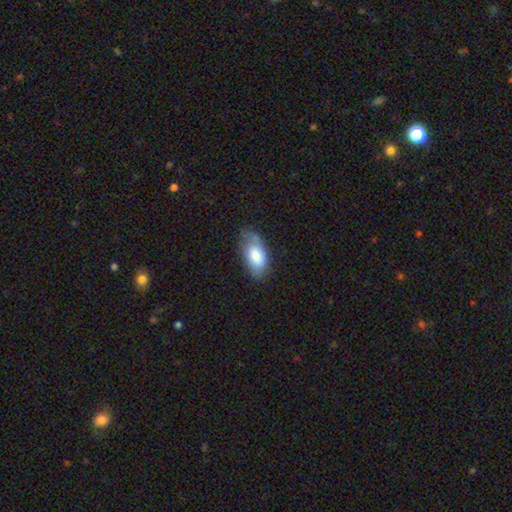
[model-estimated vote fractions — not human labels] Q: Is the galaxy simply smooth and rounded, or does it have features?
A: smooth — 76%.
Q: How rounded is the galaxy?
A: in between — 93%.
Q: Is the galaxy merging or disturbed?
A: none — 59%.